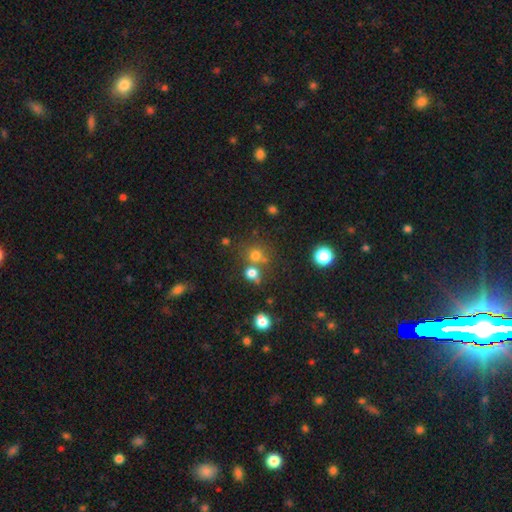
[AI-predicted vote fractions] Smooth or featured: smooth — 70% (star or artifact — 21%)
How rounded: round — 85% (in between — 14%)
Merging: none — 58% (merger — 28%)